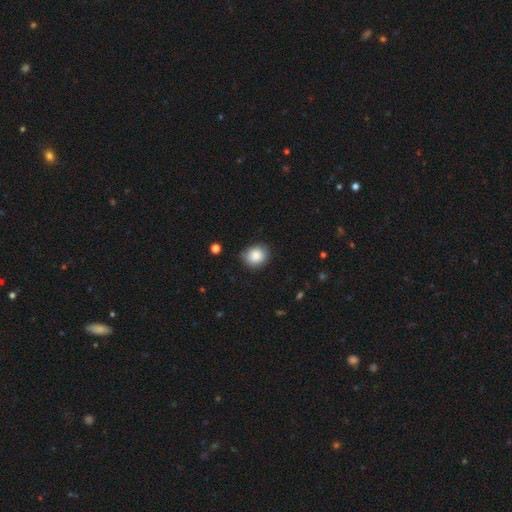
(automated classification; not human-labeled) Q: Smooth or featured?
A: smooth (86%); runner-up: star or artifact (8%)
Q: How rounded?
A: round (76%); runner-up: in between (23%)
Q: Merging?
A: none (80%); runner-up: minor disturbance (16%)